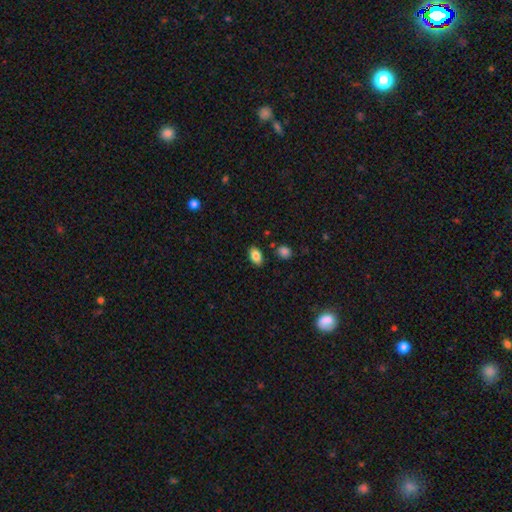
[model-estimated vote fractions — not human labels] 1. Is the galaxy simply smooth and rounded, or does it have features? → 86% smooth, 8% star or artifact, 7% featured or disk.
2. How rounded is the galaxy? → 90% in between, 8% round, 2% cigar-shaped.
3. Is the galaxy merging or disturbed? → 85% none, 10% minor disturbance, 3% merger, 2% major disturbance.